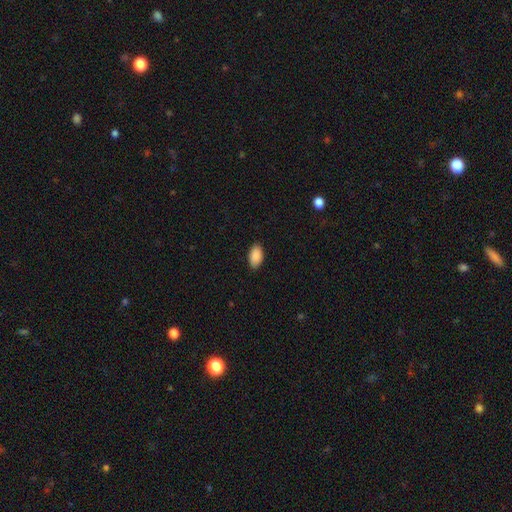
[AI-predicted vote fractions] Q: Smooth or featured?
A: smooth (90%); runner-up: star or artifact (7%)
Q: How rounded?
A: in between (94%); runner-up: round (4%)
Q: Merging?
A: none (86%); runner-up: minor disturbance (10%)